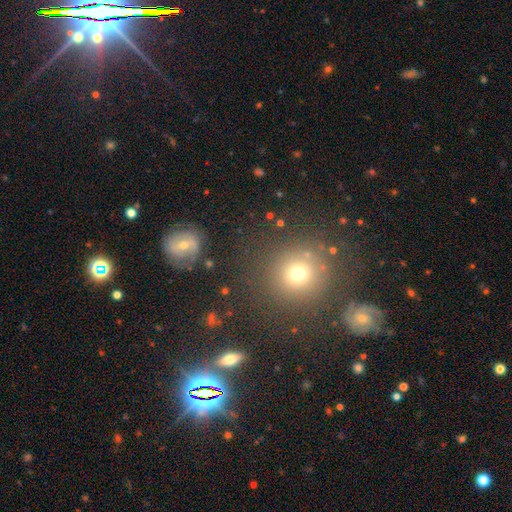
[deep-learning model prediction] A star or artifact, not a galaxy (50%).